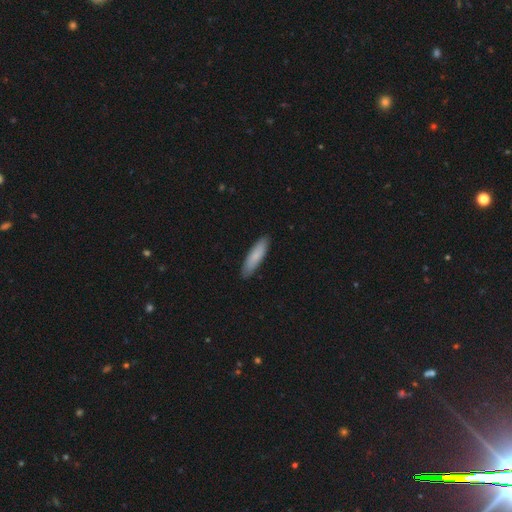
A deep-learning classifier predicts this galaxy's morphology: This is clearly a smooth galaxy (80%). How rounded: likely cigar-shaped (70%). Merging: clearly none (89%).